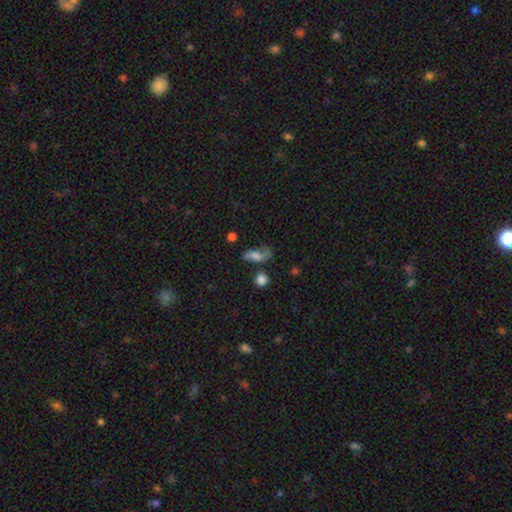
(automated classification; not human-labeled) Smooth or featured: smooth — 50% (featured or disk — 38%)
How rounded: in between — 71% (cigar-shaped — 18%)
Merging: none — 49% (minor disturbance — 26%)